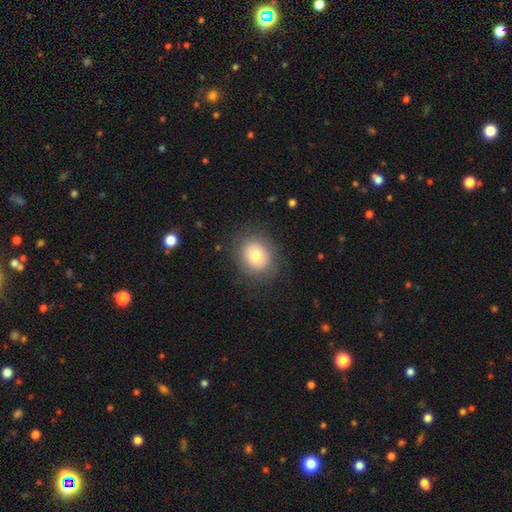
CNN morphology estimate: This appears to be a smooth galaxy with no disk features (74%) that is round (67%). Merging: none (83%).